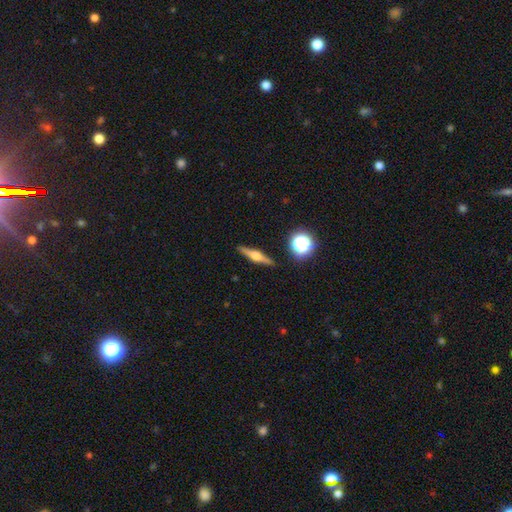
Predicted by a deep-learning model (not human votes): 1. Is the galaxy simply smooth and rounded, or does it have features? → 67% featured or disk, 25% smooth, 8% star or artifact.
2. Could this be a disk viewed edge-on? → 97% yes, 3% no.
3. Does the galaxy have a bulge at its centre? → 91% rounded, 6% boxy, 2% none.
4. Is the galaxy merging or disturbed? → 90% none, 7% minor disturbance, 2% major disturbance, 2% merger.